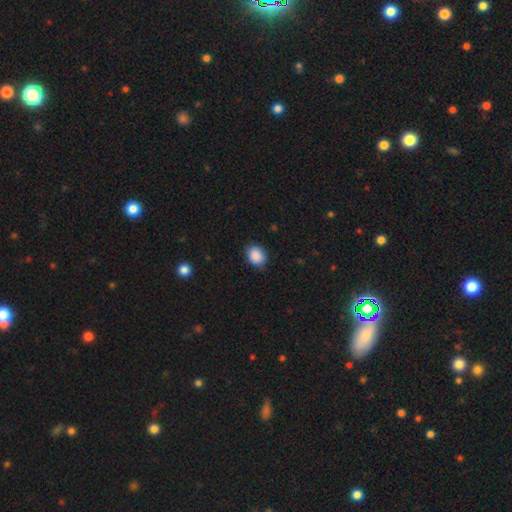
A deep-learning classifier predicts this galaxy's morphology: The model was most divided on "how rounded": in between: 57%, round: 42%, cigar-shaped: 1%. More confident: smooth or featured — smooth (89%); merging — none (84%).